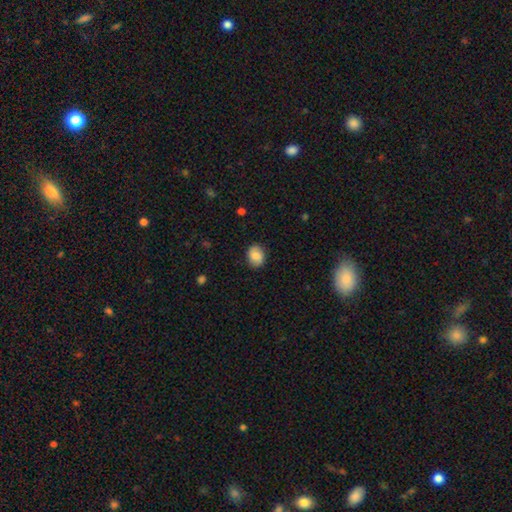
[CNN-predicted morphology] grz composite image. It shows a smooth galaxy with no disk features (79%) that is in between round and cigar-shaped (51%). Merging: none (84%).